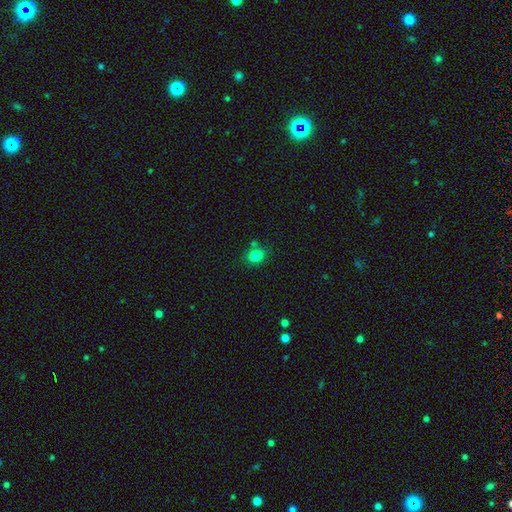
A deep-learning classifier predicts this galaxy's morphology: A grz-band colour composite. It shows a smooth galaxy with no disk features (83%) that is round (56%). Merging: none (73%).